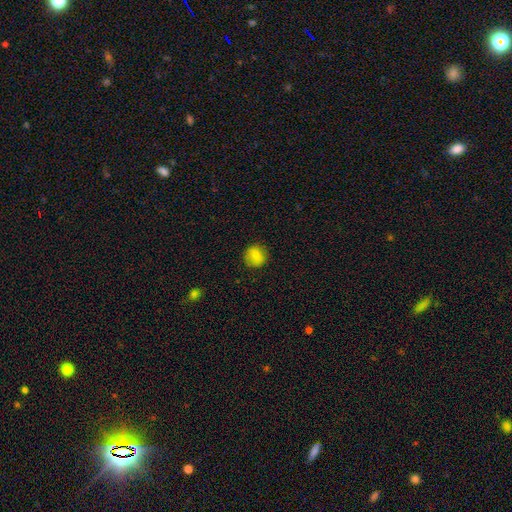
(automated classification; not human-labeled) Morphology: type=smooth (81%); roundness=round (89%); merging=none (88%).